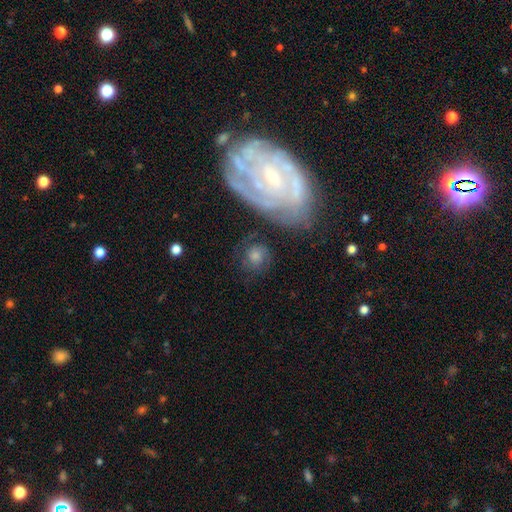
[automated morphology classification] type=smooth (48%); merging=none (68%).